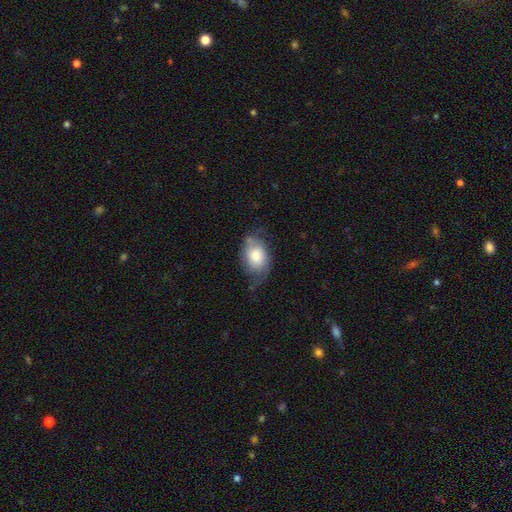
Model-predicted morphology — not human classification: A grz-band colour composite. It shows a smooth galaxy with no disk features (67%) that is in between round and cigar-shaped (83%). Merging: none (50%).